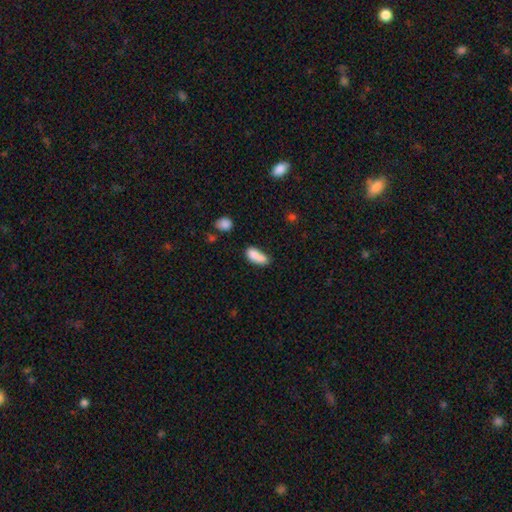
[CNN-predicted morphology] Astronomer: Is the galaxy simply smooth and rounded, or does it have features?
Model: smooth — 79%.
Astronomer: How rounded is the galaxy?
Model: in between — 80%.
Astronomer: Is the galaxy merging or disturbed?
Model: merger — 39% (runner-up: none, 33%).